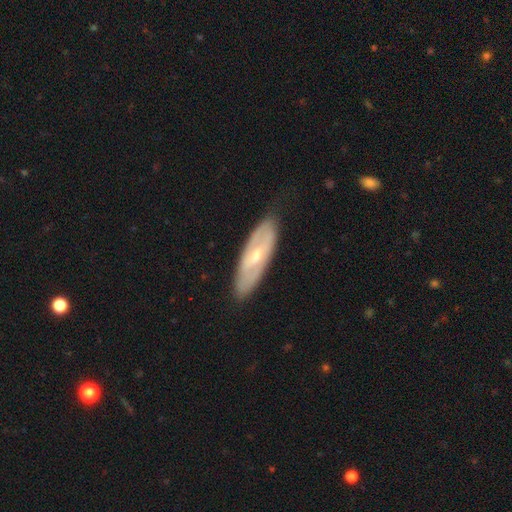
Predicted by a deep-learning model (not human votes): Smooth or featured?
  - featured or disk: 65% *
  - smooth: 29%
  - star or artifact: 6%
Edge-on disk?
  - no: 75% *
  - yes: 25%
Merging?
  - none: 80% *
  - minor disturbance: 15%
  - major disturbance: 4%
  - merger: 1%